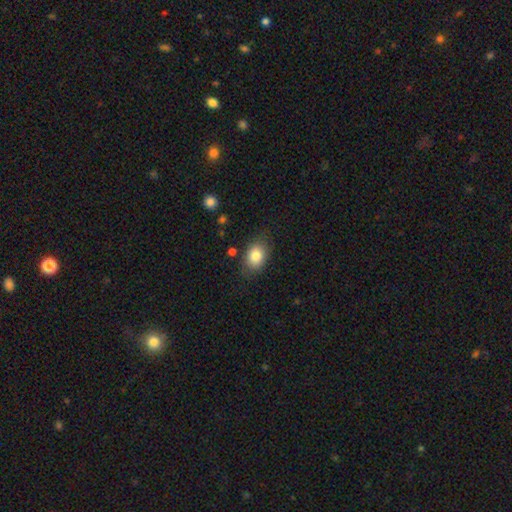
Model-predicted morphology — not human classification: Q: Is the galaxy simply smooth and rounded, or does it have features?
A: smooth — 82%.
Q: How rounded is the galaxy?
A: in between — 75%.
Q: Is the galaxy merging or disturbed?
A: none — 78%.